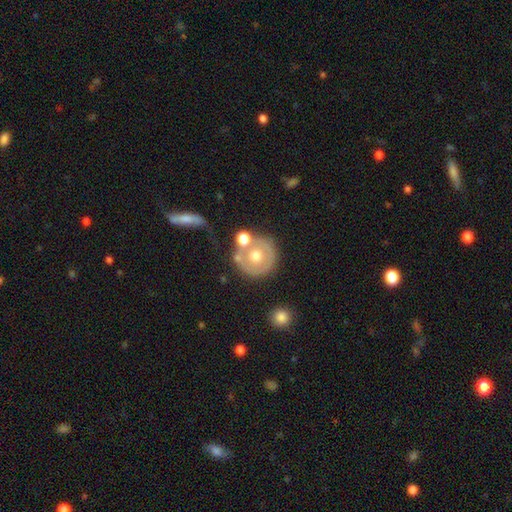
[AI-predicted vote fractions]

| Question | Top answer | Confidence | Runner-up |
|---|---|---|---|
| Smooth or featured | featured or disk | 51% | smooth (41%) |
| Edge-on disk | no | 95% | yes (5%) |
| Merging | none | 59% | merger (18%) |